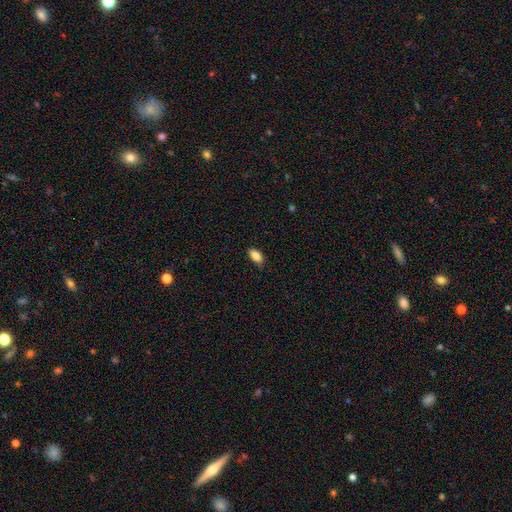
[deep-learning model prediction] Smooth or featured: smooth — 86% (star or artifact — 8%)
How rounded: in between — 89% (cigar-shaped — 6%)
Merging: none — 81% (minor disturbance — 15%)